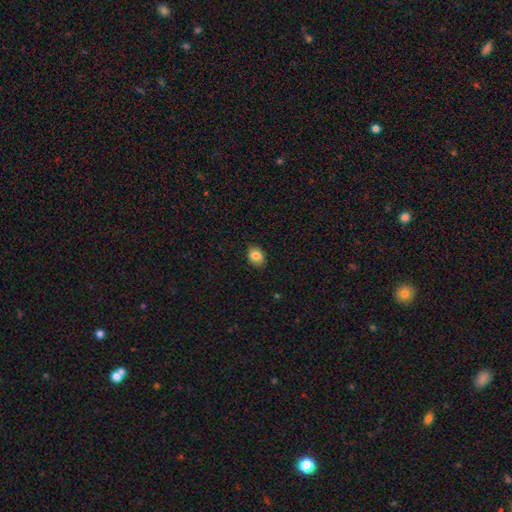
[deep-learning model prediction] Smooth or featured? smooth (84%)
How rounded? in between (61%)
Merging? none (86%)